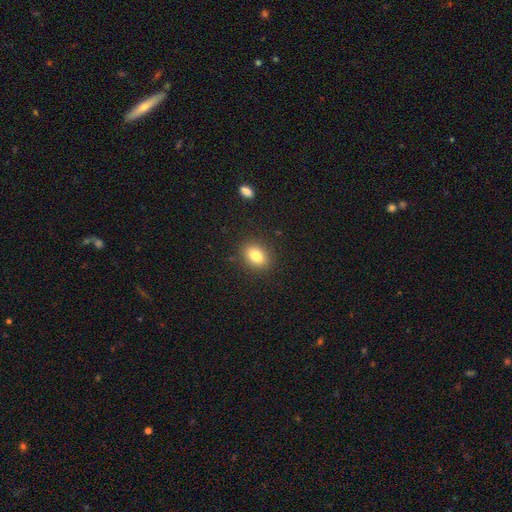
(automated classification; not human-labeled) Smooth or featured? Predicted: smooth (p=0.83). How rounded? Predicted: in between (p=0.70). Merging? Predicted: none (p=0.88).